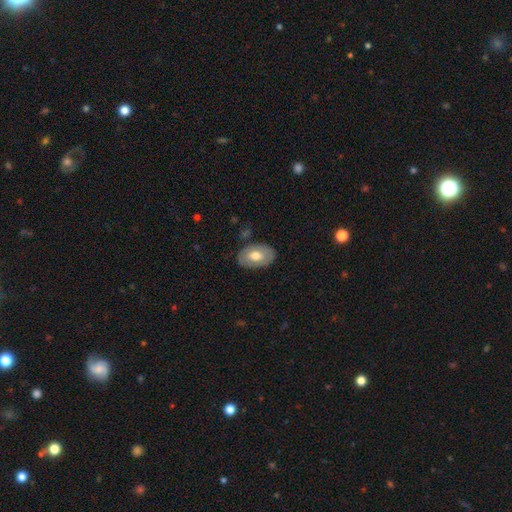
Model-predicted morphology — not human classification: Smooth or featured?
  - smooth: 58% *
  - featured or disk: 37%
  - star or artifact: 6%
How rounded?
  - in between: 90% *
  - round: 9%
  - cigar-shaped: 1%
Merging?
  - none: 82% *
  - minor disturbance: 13%
  - major disturbance: 3%
  - merger: 2%